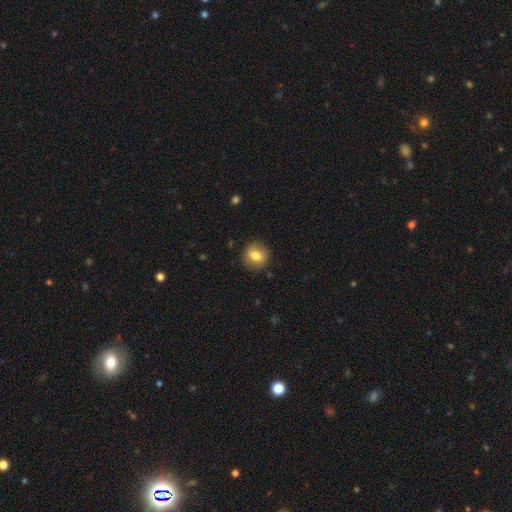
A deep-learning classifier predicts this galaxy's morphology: Overall: smooth (76%). How rounded: round (83%). Merging: none (88%).